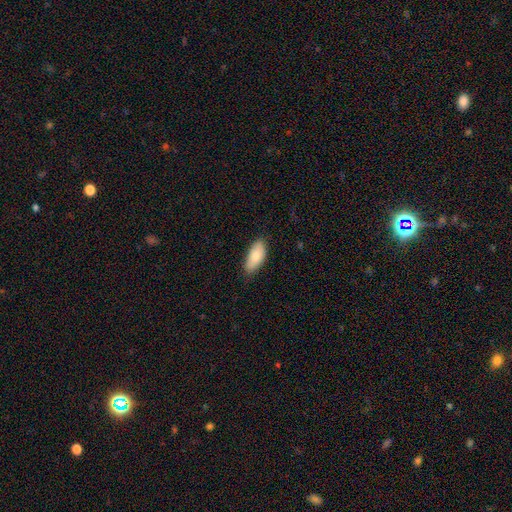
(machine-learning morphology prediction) smooth-or-featured: smooth: 82% | featured or disk: 12% | star or artifact: 6%
  how-rounded: in between: 89% | cigar-shaped: 9% | round: 2%
  merging: none: 79% | minor disturbance: 17% | major disturbance: 3% | merger: 1%